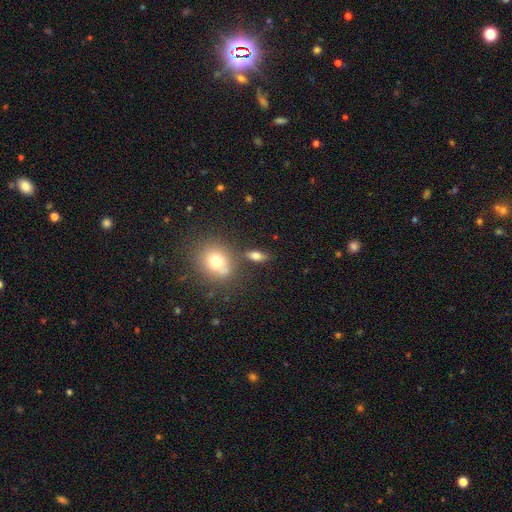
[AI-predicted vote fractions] The model was most divided on "how rounded": in between: 70%, cigar-shaped: 17%, round: 12%. More confident: merging — none (74%); smooth or featured — smooth (72%).